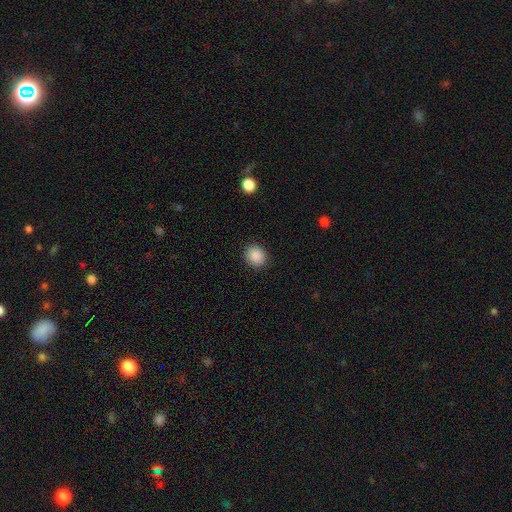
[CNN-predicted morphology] smooth_or_featured: smooth (p=0.89) [alt: star or artifact p=0.08]
how_rounded: round (p=0.78) [alt: in between p=0.21]
merging: none (p=0.90) [alt: minor disturbance p=0.07]